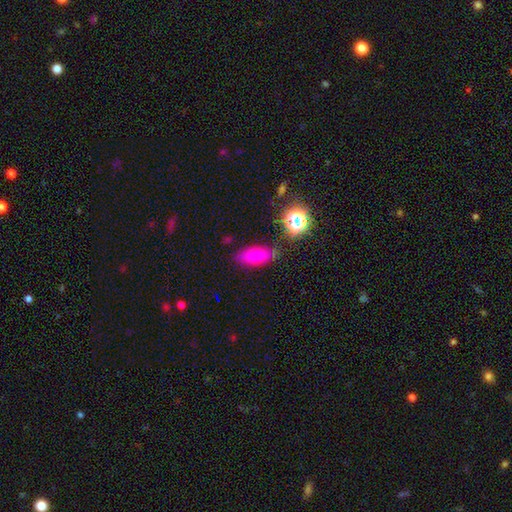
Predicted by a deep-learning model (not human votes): Smooth or featured?
  - smooth: 73% *
  - featured or disk: 14%
  - star or artifact: 13%
How rounded?
  - in between: 82% *
  - cigar-shaped: 10%
  - round: 8%
Merging?
  - none: 74% *
  - minor disturbance: 16%
  - merger: 6%
  - major disturbance: 5%